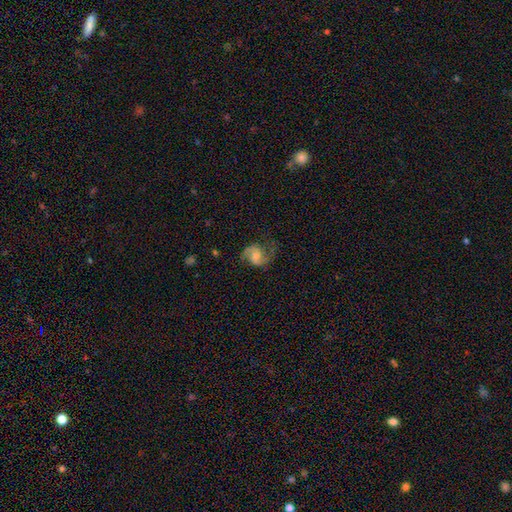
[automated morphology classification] A featured or disk galaxy (75%) with no bar (59%), 2 (89%) medium (49%) spiral arms (95%) and a moderate central bulge (52%). Merging: none (67%).